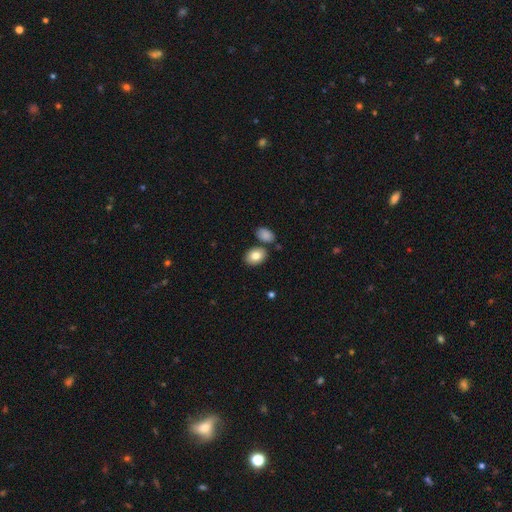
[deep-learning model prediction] This appears to be a smooth galaxy with no disk features (82%) that is in between round and cigar-shaped (75%). Merging: none (76%).